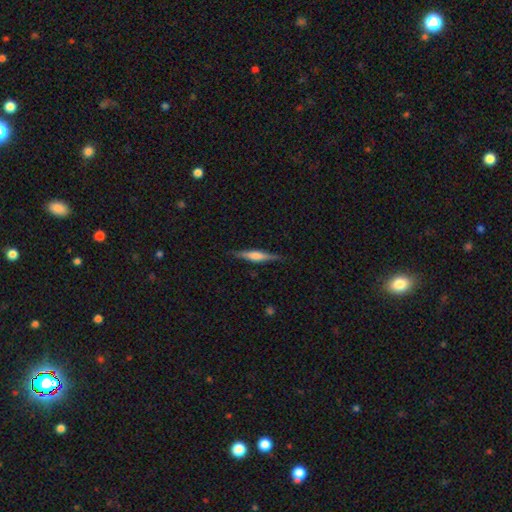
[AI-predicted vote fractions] A featured or disk galaxy (58%) viewed edge-on (97%) with a rounded central bulge (63%).

Vote fractions:
- Smooth or featured? featured or disk: 58% / smooth: 35% / star or artifact: 6%
- Edge-on disk? yes: 97% / no: 3%
- Edge-on bulge? rounded: 63% / boxy: 26% / none: 10%
- Merging? none: 86% / minor disturbance: 10% / major disturbance: 2% / merger: 1%